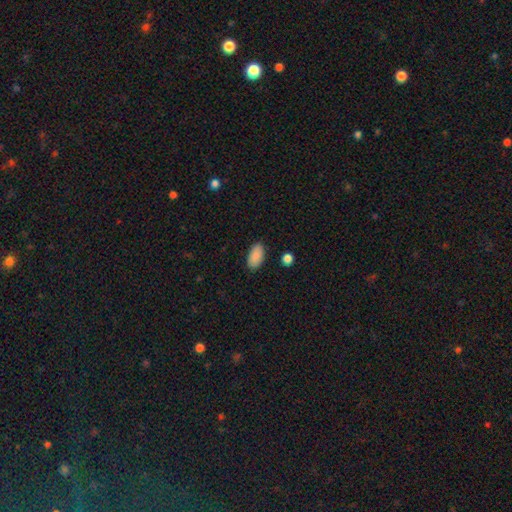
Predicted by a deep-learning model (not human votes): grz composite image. It shows a smooth galaxy with no disk features (90%) that is in between round and cigar-shaped (94%). Merging: none (87%).